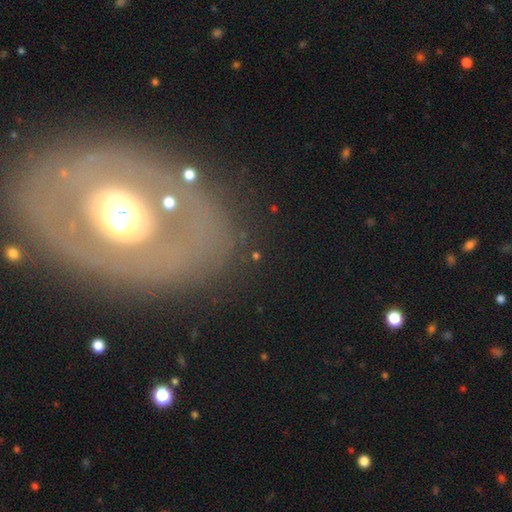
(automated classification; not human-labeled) The model was most divided on "smooth or featured": star or artifact: 41%, smooth: 30%, featured or disk: 29%.